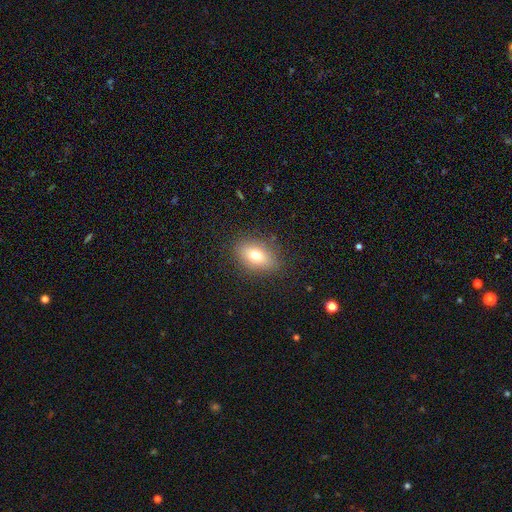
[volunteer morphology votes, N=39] type=smooth (77%); roundness=in between (87%); merging=none (84%).